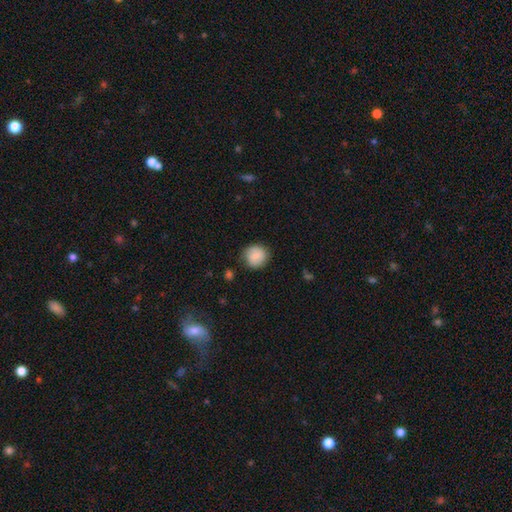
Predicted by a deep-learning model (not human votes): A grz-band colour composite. It shows a smooth galaxy with no disk features (82%) that is round (89%). Merging: none (82%).